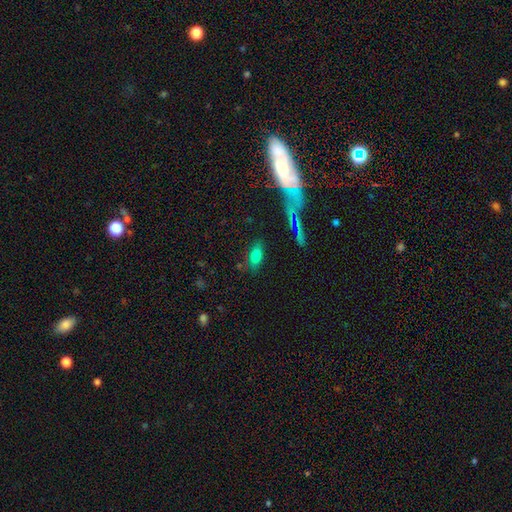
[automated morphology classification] This is likely a smooth galaxy (76%). How rounded: clearly in between (84%). Merging: likely none (75%).